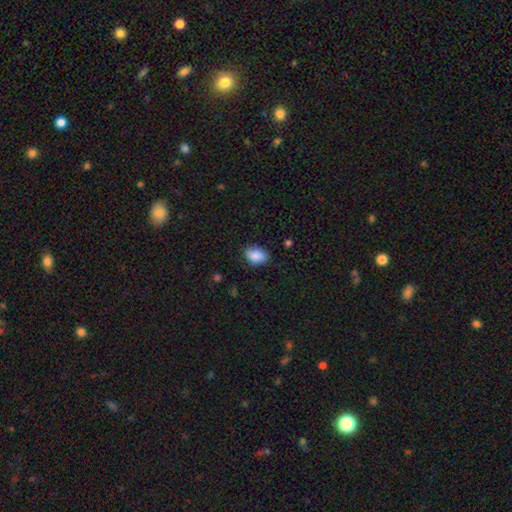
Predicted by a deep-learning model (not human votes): Smooth or featured? Predicted: smooth (p=0.88). How rounded? Predicted: in between (p=0.84). Merging? Predicted: none (p=0.80).